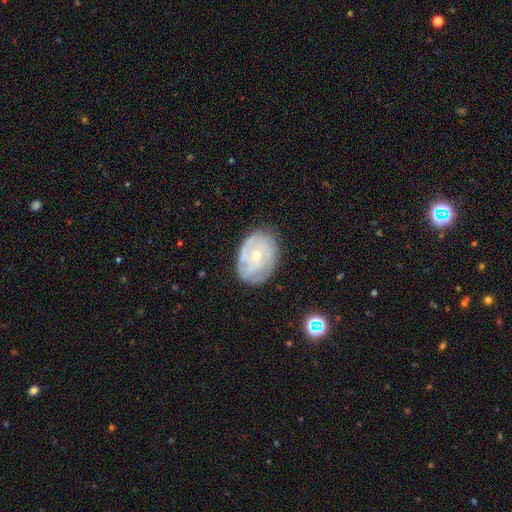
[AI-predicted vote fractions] smooth_or_featured: featured or disk (p=0.76) [alt: smooth p=0.16]
disk_edge_on: no (p=0.97) [alt: yes p=0.03]
bar: no (p=0.72) [alt: weak p=0.23]
has_spiral_arms: yes (p=0.90) [alt: no p=0.10]
spiral_winding: tight (p=0.69) [alt: medium p=0.25]
spiral_arm_count: can't tell (p=0.36) [alt: 3 p=0.23]
bulge_size: small (p=0.63) [alt: moderate p=0.33]
merging: none (p=0.77) [alt: minor disturbance p=0.17]